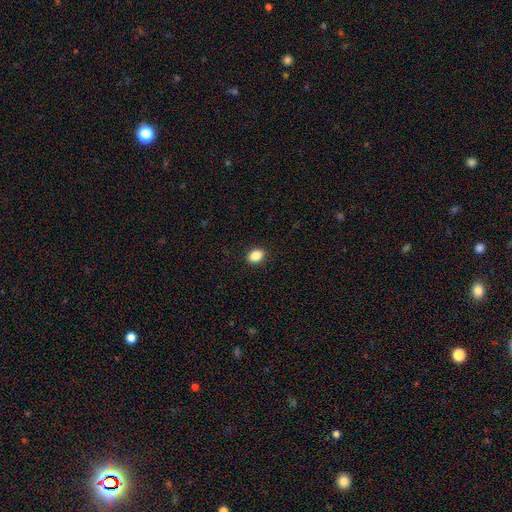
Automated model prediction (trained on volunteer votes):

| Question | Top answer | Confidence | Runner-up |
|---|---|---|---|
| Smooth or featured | smooth | 87% | star or artifact (9%) |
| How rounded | in between | 63% | round (36%) |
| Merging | none | 90% | minor disturbance (7%) |